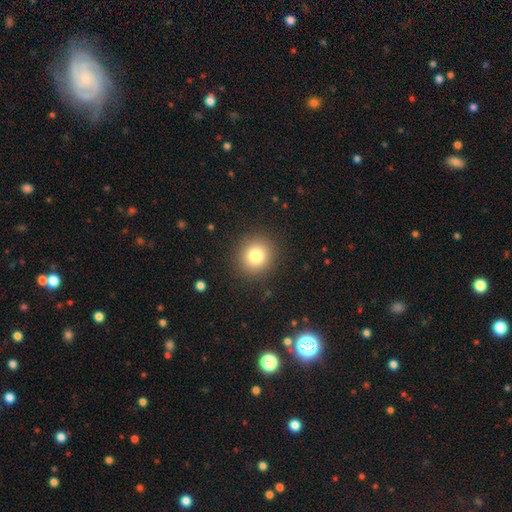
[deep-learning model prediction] smooth-or-featured: smooth: 80% | star or artifact: 11% | featured or disk: 8%
  how-rounded: round: 90% | in between: 9% | cigar-shaped: 1%
  merging: none: 90% | minor disturbance: 6% | major disturbance: 3% | merger: 1%